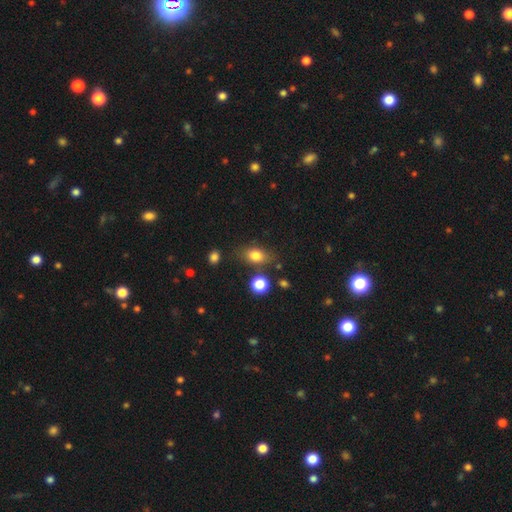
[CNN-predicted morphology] Smooth or featured?
  - smooth: 81% *
  - star or artifact: 10%
  - featured or disk: 9%
How rounded?
  - in between: 76% *
  - round: 21%
  - cigar-shaped: 3%
Merging?
  - none: 74% *
  - minor disturbance: 15%
  - merger: 6%
  - major disturbance: 5%